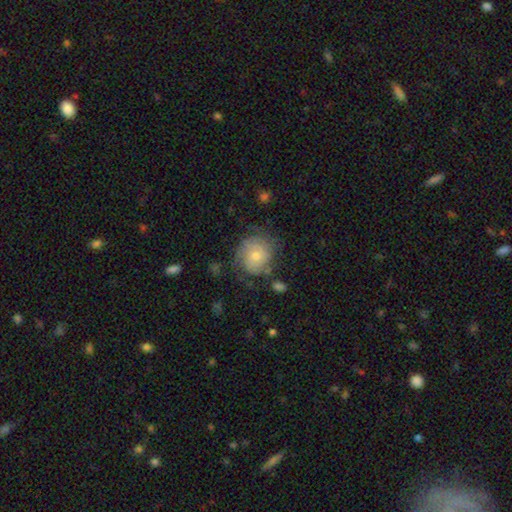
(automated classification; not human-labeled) Smooth or featured? smooth (46%)
Merging? none (65%)